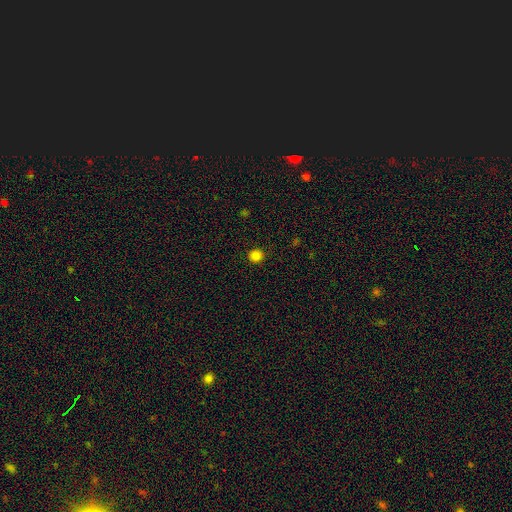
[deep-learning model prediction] smooth-or-featured: smooth: 84% | star or artifact: 13% | featured or disk: 3%
  how-rounded: round: 94% | in between: 5% | cigar-shaped: 1%
  merging: none: 92% | minor disturbance: 5% | major disturbance: 2% | merger: 1%